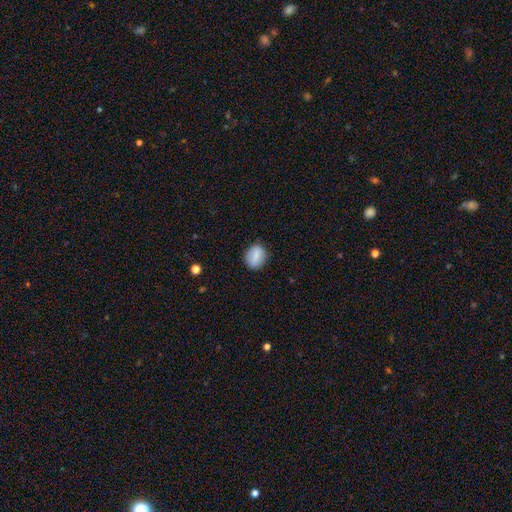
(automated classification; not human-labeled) smooth_or_featured: smooth (p=0.76) [alt: featured or disk p=0.16]
how_rounded: in between (p=0.54) [alt: round p=0.44]
merging: none (p=0.85) [alt: minor disturbance p=0.11]